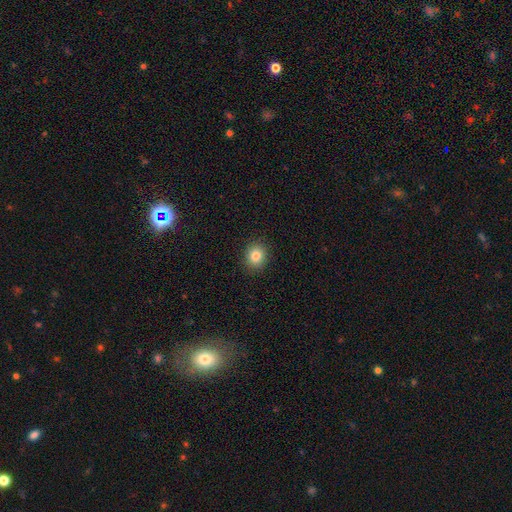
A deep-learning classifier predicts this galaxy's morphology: Overall: smooth (82%). How rounded: round (76%). Merging: none (90%).